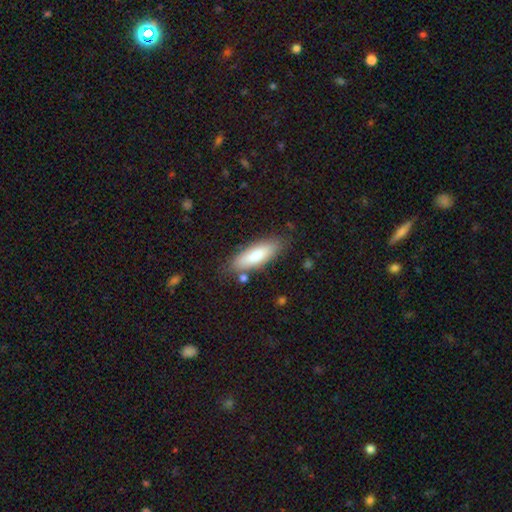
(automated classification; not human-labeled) A smooth galaxy with no disk features (78%) that is in between round and cigar-shaped (57%). Merging: none (78%).